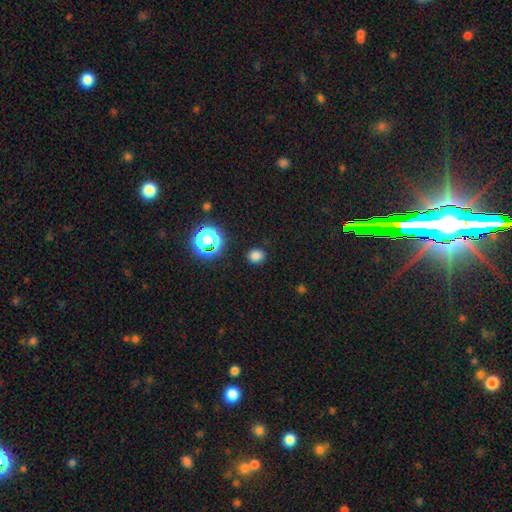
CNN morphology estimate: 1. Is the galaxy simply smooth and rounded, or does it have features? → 77% smooth, 18% star or artifact, 5% featured or disk.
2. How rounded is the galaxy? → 69% round, 30% in between, 1% cigar-shaped.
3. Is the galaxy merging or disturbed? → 87% none, 9% minor disturbance, 3% major disturbance, 1% merger.